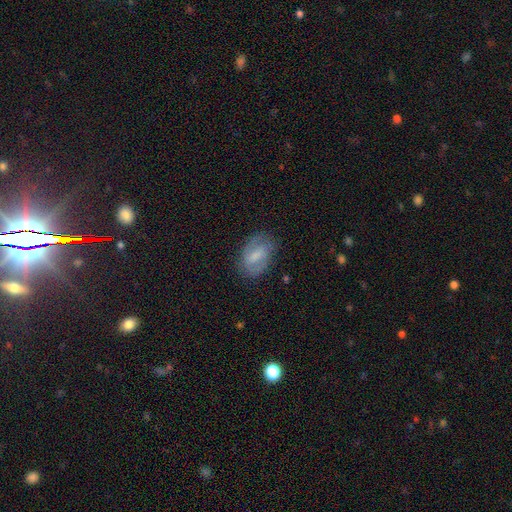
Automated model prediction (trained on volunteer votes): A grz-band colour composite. It shows a smooth galaxy with no disk features (46%, tied with featured or disk). Merging: none (74%).